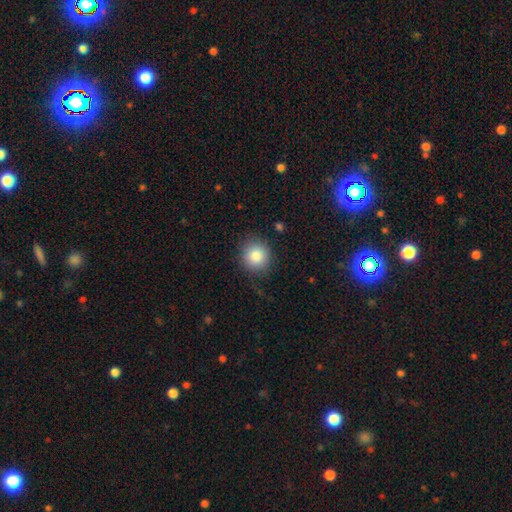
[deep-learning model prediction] The model was most divided on "merging": none: 84%, minor disturbance: 11%, major disturbance: 4%, merger: 1%. More confident: how rounded — round (90%); smooth or featured — smooth (84%).